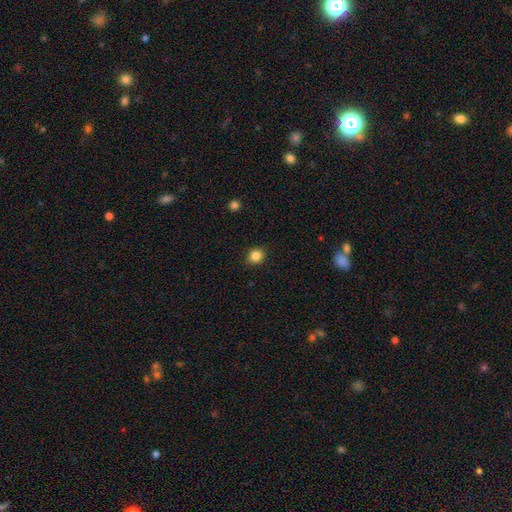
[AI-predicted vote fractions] A smooth galaxy with no disk features (85%) that is round (74%).

Vote fractions:
- Smooth or featured? smooth: 85% / star or artifact: 11% / featured or disk: 4%
- How rounded? round: 74% / in between: 26% / cigar-shaped: 1%
- Merging? none: 90% / minor disturbance: 7% / major disturbance: 2% / merger: 1%